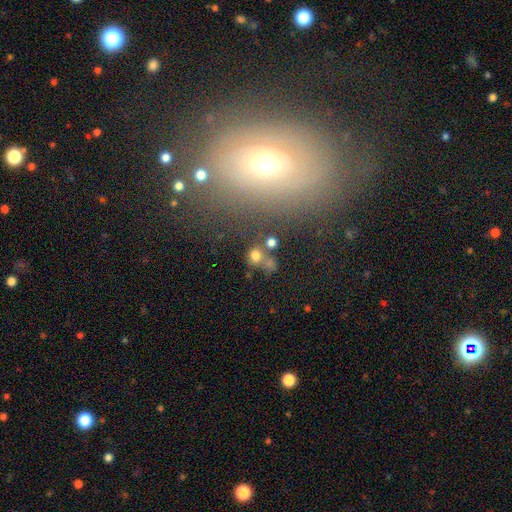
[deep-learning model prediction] A smooth galaxy with no disk features (71%) that is round (86%).

Vote fractions:
- Smooth or featured? smooth: 71% / star or artifact: 20% / featured or disk: 10%
- How rounded? round: 86% / in between: 13% / cigar-shaped: 1%
- Merging? none: 56% / merger: 27% / minor disturbance: 10% / major disturbance: 7%